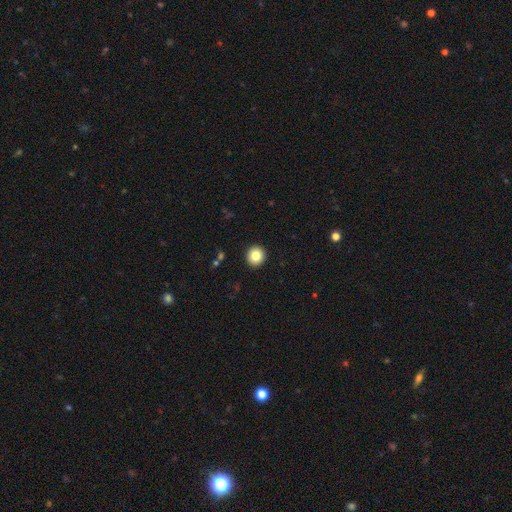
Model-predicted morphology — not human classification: Q: Smooth or featured?
A: smooth (83%); runner-up: star or artifact (10%)
Q: How rounded?
A: round (93%); runner-up: in between (6%)
Q: Merging?
A: none (93%); runner-up: minor disturbance (4%)